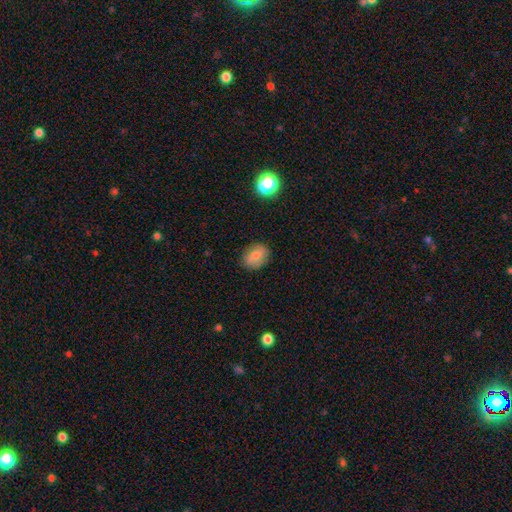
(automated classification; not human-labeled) smooth_or_featured: smooth (p=0.71) [alt: featured or disk p=0.19]
how_rounded: in between (p=0.68) [alt: round p=0.30]
merging: none (p=0.81) [alt: minor disturbance p=0.14]